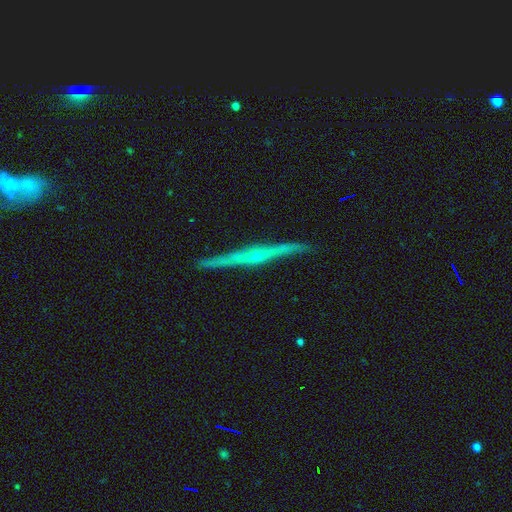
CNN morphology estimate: A featured or disk galaxy (77%) viewed edge-on (97%) with a rounded central bulge (49%).

Vote fractions:
- Smooth or featured? featured or disk: 77% / smooth: 16% / star or artifact: 7%
- Edge-on disk? yes: 97% / no: 3%
- Edge-on bulge? rounded: 49% / none: 42% / boxy: 9%
- Merging? none: 89% / minor disturbance: 8% / major disturbance: 1% / merger: 1%